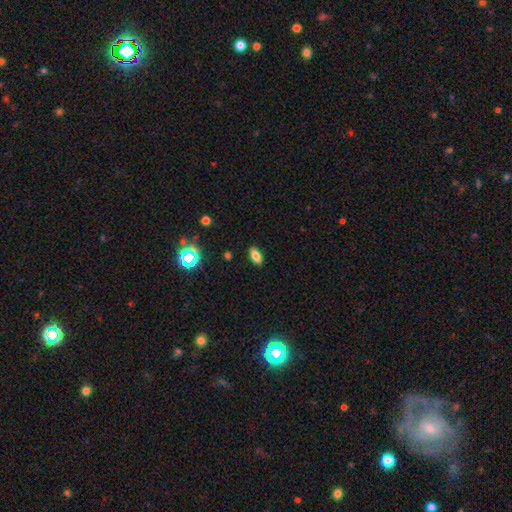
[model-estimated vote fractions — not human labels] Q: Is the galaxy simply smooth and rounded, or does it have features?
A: smooth — 75%.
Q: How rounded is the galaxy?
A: in between — 85%.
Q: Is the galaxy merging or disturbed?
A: none — 88%.